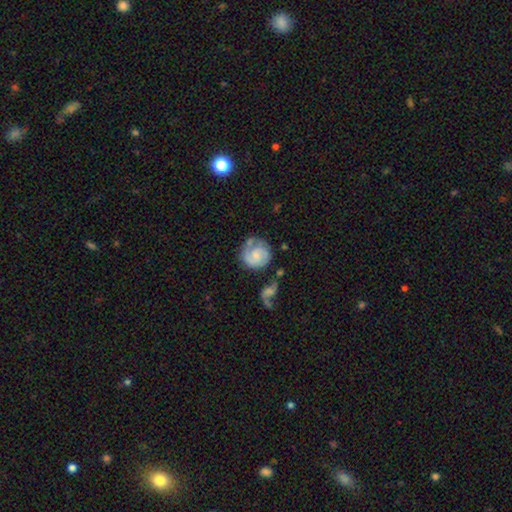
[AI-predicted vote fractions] This is likely a featured or disk galaxy (63%). It is clearly not viewed edge-on (98%). Bar: likely no (62%). Spiral arm pattern: clearly yes (89%). Spiral arm count: likely 2 (63%). Spiral winding: marginally tight (44%). Central bulge: marginally small (43%). Merging: possibly none (55%).